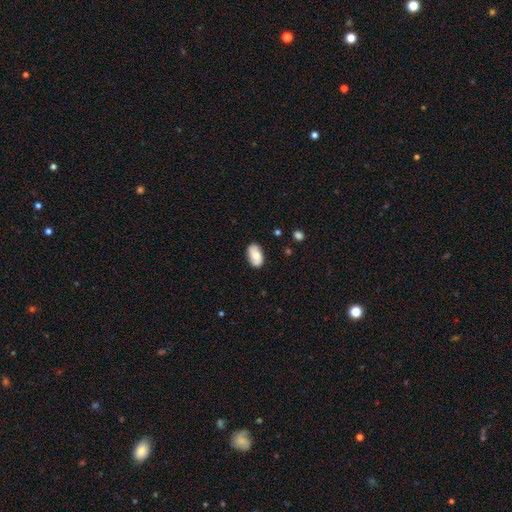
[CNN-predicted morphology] Smooth or featured?
  - smooth: 74% *
  - featured or disk: 19%
  - star or artifact: 7%
How rounded?
  - in between: 94% *
  - round: 5%
  - cigar-shaped: 2%
Merging?
  - none: 82% *
  - minor disturbance: 14%
  - major disturbance: 3%
  - merger: 2%